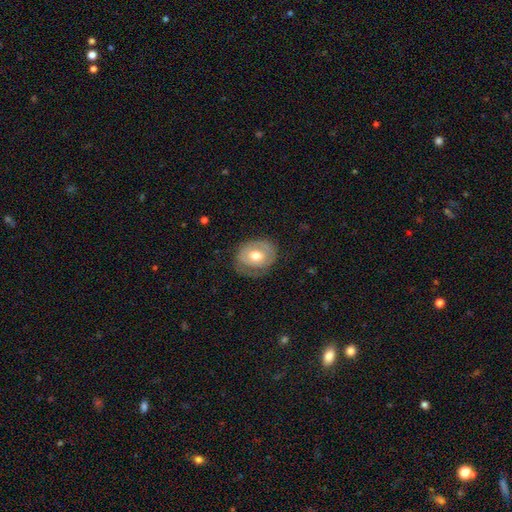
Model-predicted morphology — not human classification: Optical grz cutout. It shows a featured or disk galaxy (47%, tied with smooth). Merging: none (65%).